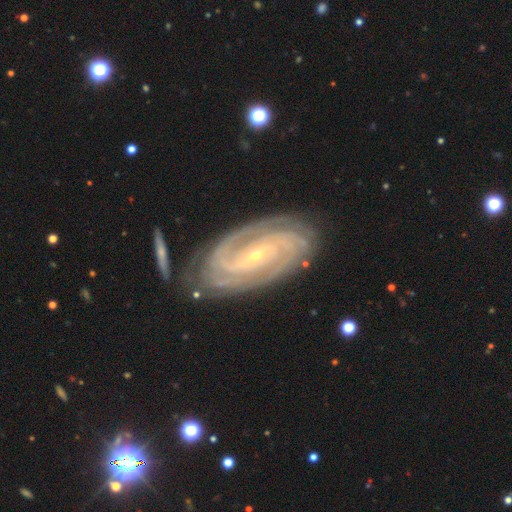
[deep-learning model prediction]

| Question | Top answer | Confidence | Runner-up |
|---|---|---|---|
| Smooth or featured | featured or disk | 91% | star or artifact (5%) |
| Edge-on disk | no | 95% | yes (5%) |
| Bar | weak | 35% | no (33%) |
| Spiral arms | yes | 98% | no (2%) |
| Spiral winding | tight | 69% | medium (25%) |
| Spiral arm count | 2 | 39% | 3 (18%) |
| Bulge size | small | 84% | moderate (13%) |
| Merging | none | 78% | minor disturbance (14%) |